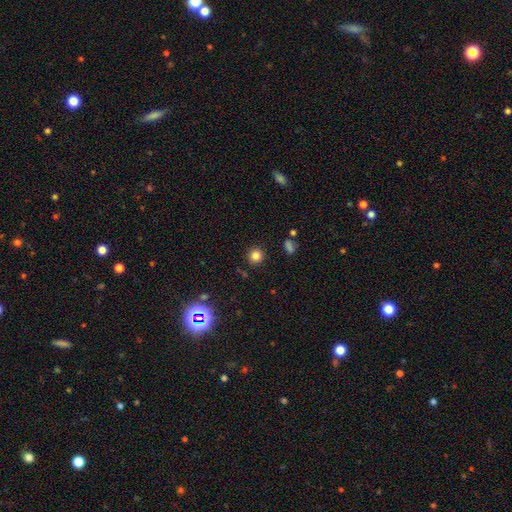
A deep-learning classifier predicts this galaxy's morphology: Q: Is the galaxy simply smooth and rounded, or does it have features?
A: smooth — 80%.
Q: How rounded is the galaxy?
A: round — 92%.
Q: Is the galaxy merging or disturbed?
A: none — 89%.